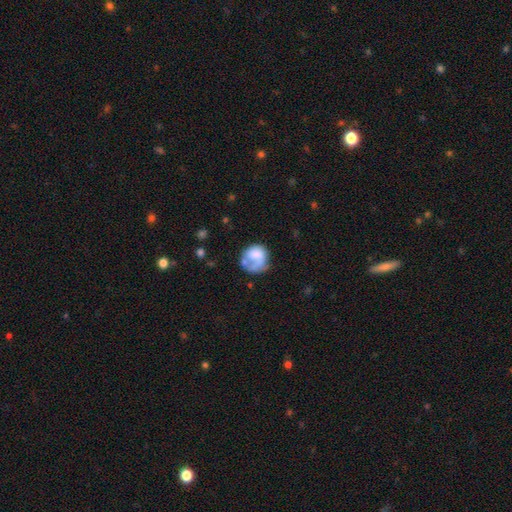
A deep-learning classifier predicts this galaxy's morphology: Smooth or featured: smooth — 60% (featured or disk — 33%)
How rounded: round — 73% (in between — 27%)
Merging: none — 41% (major disturbance — 28%)